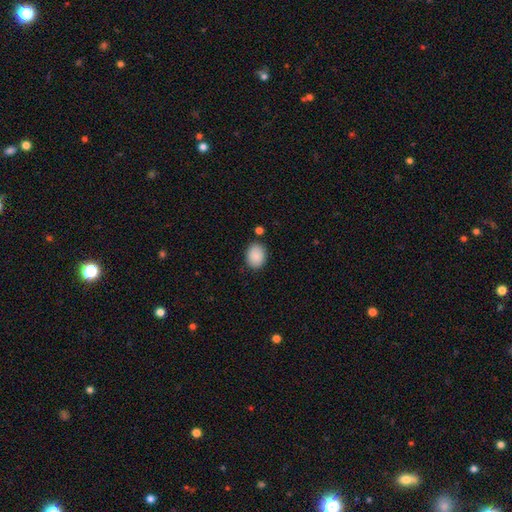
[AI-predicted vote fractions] This is clearly a smooth galaxy (90%). How rounded: likely in between (61%). Merging: clearly none (84%).